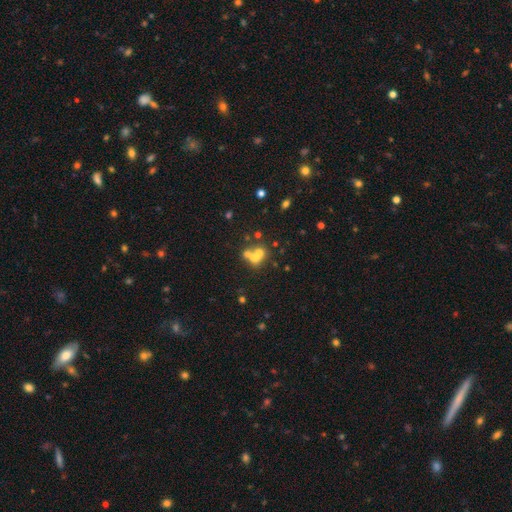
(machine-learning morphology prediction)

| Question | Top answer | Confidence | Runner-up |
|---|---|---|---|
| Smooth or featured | smooth | 50% | featured or disk (30%) |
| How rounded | round | 63% | in between (35%) |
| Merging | merger | 54% | none (30%) |